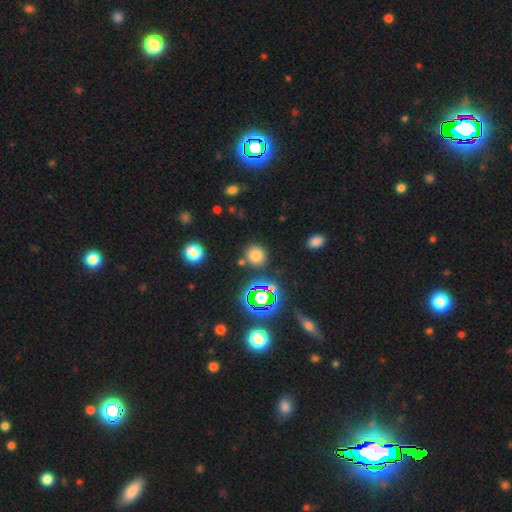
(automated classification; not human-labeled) A smooth galaxy with no disk features (71%) that is round (88%). Merging: none (83%).